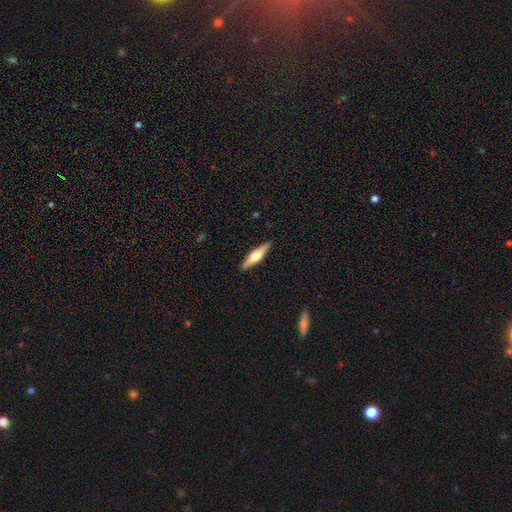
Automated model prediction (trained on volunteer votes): smooth-or-featured: featured or disk: 55% | smooth: 39% | star or artifact: 6%
  disk-edge-on: yes: 95% | no: 5%
    edge-on-bulge: rounded: 91% | boxy: 7% | none: 3%
  merging: none: 90% | minor disturbance: 8% | major disturbance: 2% | merger: 1%